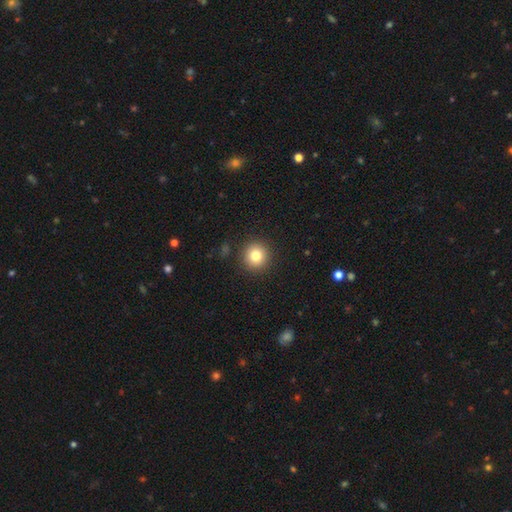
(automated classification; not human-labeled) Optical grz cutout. It shows a smooth galaxy with no disk features (81%) that is round (93%). Merging: none (91%).